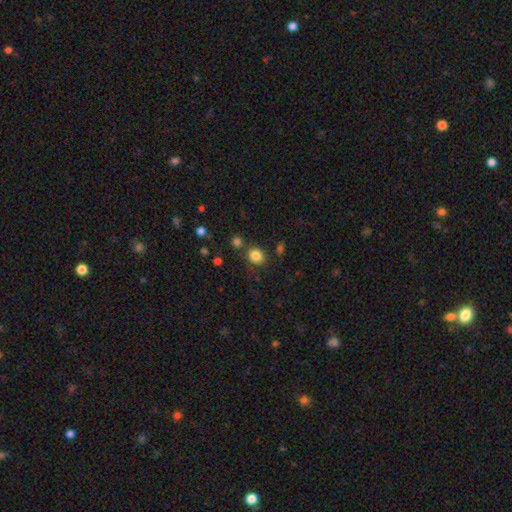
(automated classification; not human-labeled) The model was most divided on "how rounded": round: 79%, in between: 20%, cigar-shaped: 1%. More confident: smooth or featured — smooth (84%); merging — none (76%).